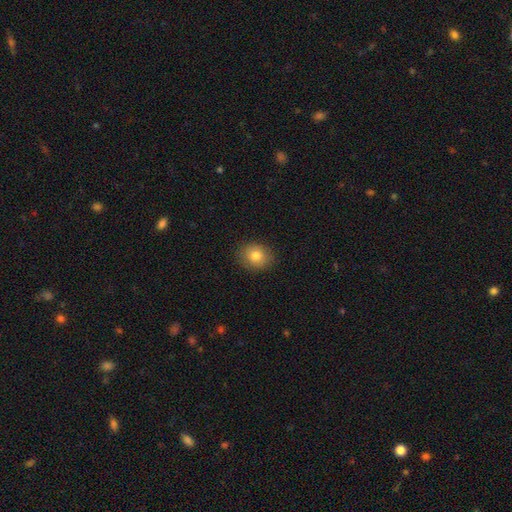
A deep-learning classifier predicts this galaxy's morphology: Smooth or featured? Predicted: smooth (p=0.80). How rounded? Predicted: round (p=0.63). Merging? Predicted: none (p=0.88).